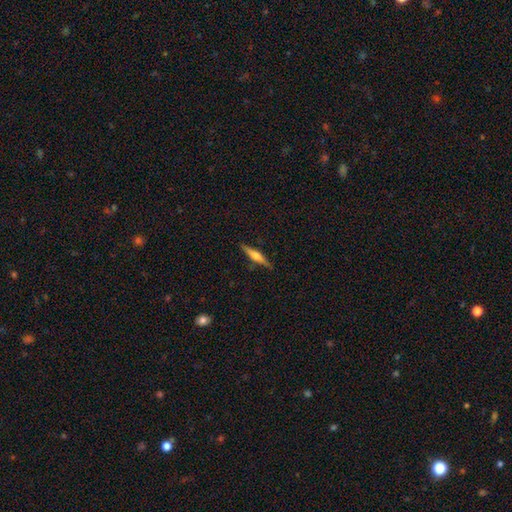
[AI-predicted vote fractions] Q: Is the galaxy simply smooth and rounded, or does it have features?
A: featured or disk — 65%.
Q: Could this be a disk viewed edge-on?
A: yes — 97%.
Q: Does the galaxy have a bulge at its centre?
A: rounded — 85%.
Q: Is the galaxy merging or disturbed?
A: none — 88%.